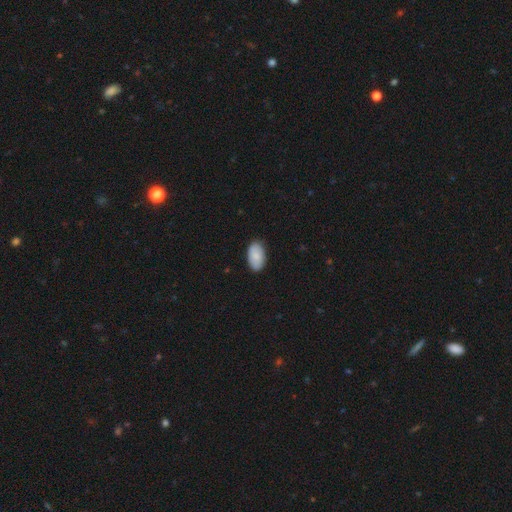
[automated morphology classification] This appears to be a smooth galaxy with no disk features (83%) that is in between round and cigar-shaped (95%). Merging: none (86%).